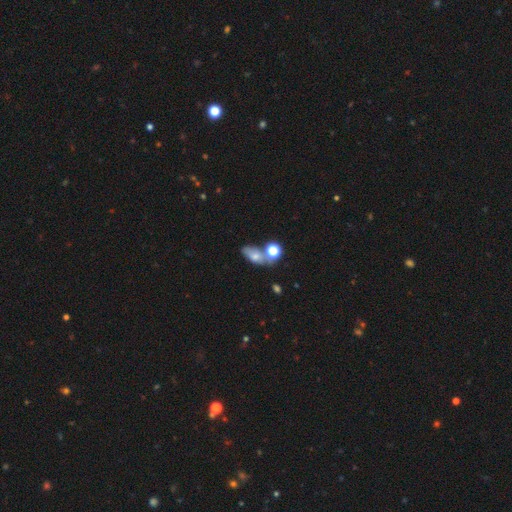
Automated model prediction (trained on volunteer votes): Smooth or featured? Predicted: smooth (p=0.64). How rounded? Predicted: in between (p=0.74). Merging? Predicted: none (p=0.39).